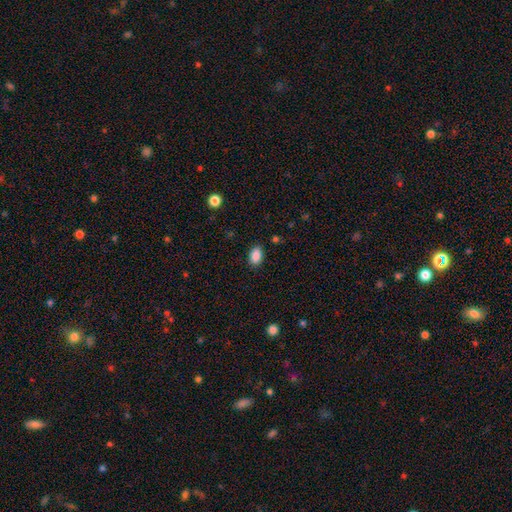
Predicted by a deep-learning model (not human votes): Morphology: type=smooth (88%); roundness=in between (89%); merging=none (87%).